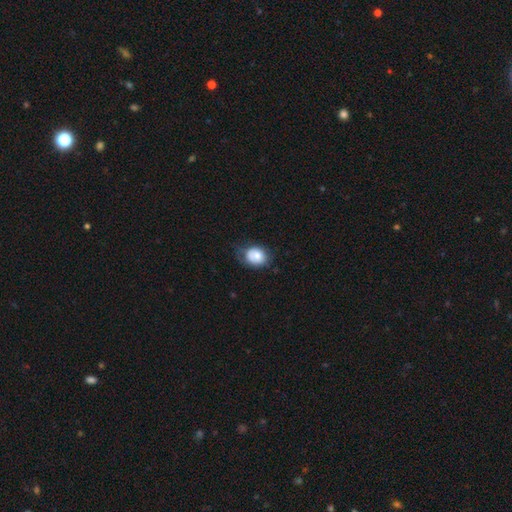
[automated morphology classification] This appears to be a smooth galaxy with no disk features (74%) that is round (52%). Merging: none (56%).